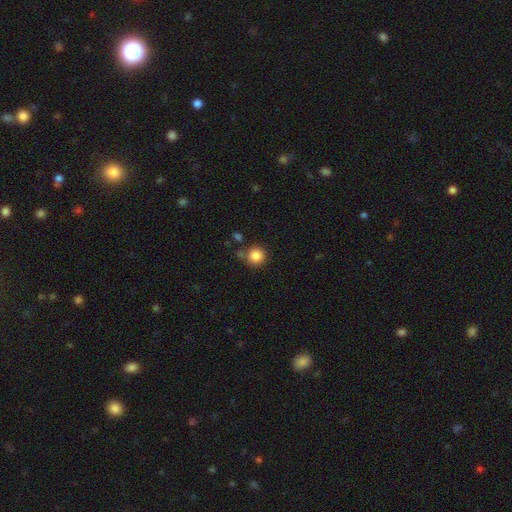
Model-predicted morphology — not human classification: A smooth galaxy with no disk features (86%) that is round (94%).

Vote fractions:
- Smooth or featured? smooth: 86% / star or artifact: 10% / featured or disk: 4%
- How rounded? round: 94% / in between: 5% / cigar-shaped: 1%
- Merging? none: 79% / minor disturbance: 10% / merger: 8% / major disturbance: 3%